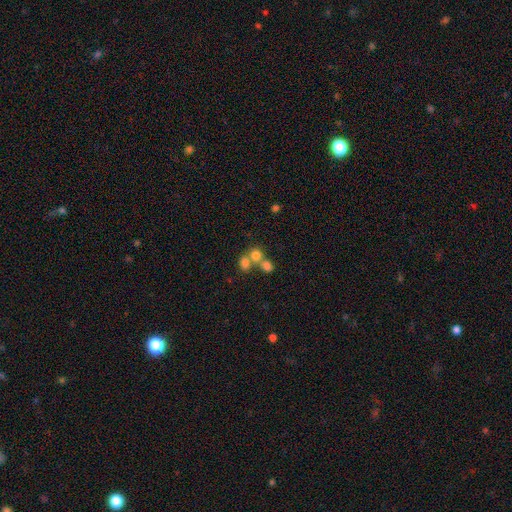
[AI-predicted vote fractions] The model was most divided on "merging": merger: 55%, none: 35%, minor disturbance: 6%, major disturbance: 4%. More confident: smooth or featured — smooth (72%); how rounded — round (71%).